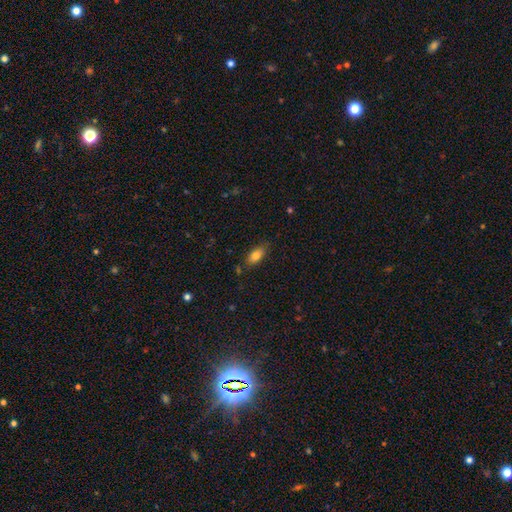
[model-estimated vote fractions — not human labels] This appears to be a smooth galaxy with no disk features (83%) that is in between round and cigar-shaped (88%). Merging: none (76%).